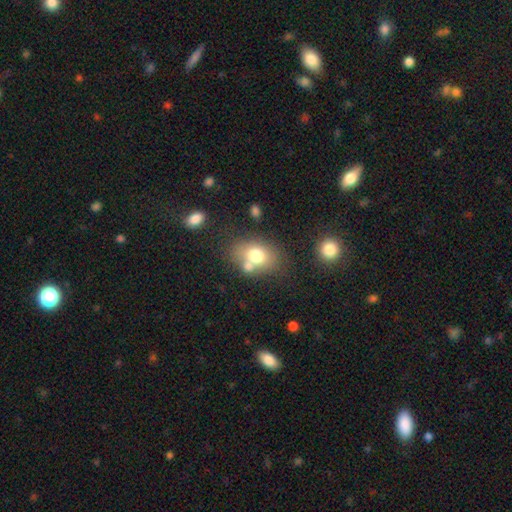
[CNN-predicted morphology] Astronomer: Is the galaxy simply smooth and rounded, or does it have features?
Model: smooth — 71%.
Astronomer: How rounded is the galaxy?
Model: in between — 68%.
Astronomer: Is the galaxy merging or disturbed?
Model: none — 56%.